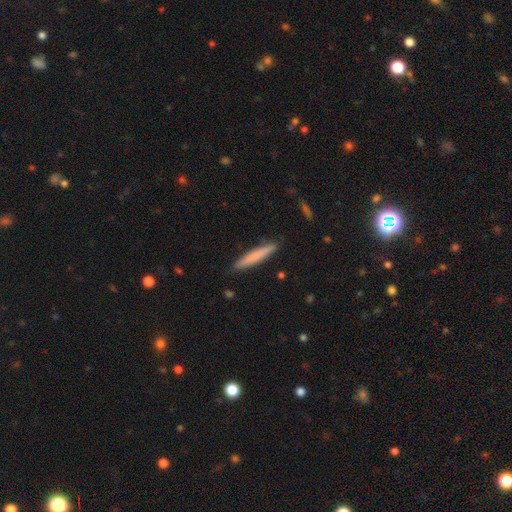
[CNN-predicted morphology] Smooth or featured? smooth (75%)
How rounded? cigar-shaped (94%)
Merging? none (88%)